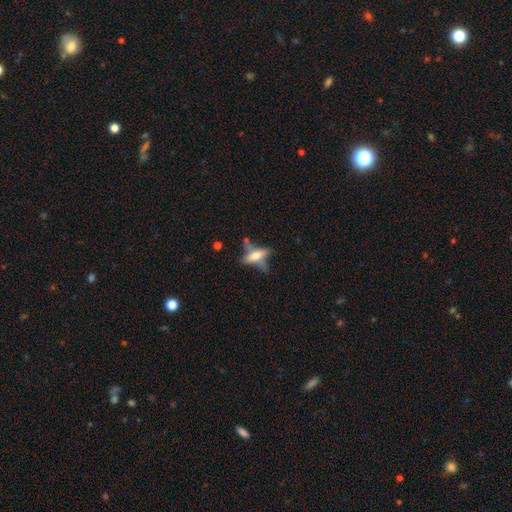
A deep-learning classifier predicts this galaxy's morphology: smooth_or_featured: featured or disk (p=0.53) [alt: smooth p=0.37]
disk_edge_on: yes (p=0.80) [alt: no p=0.20]
merging: none (p=0.49) [alt: minor disturbance p=0.21]